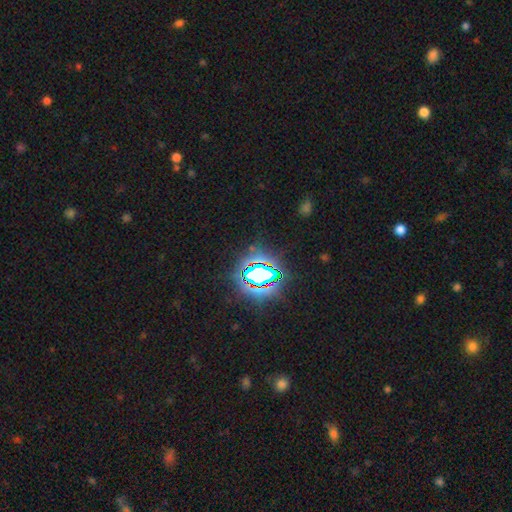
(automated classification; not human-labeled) Overall: star or artifact (84%).